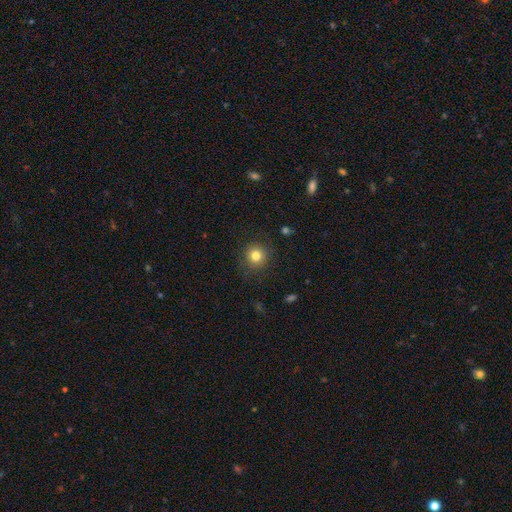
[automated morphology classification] type=smooth (81%); roundness=round (93%); merging=none (88%).